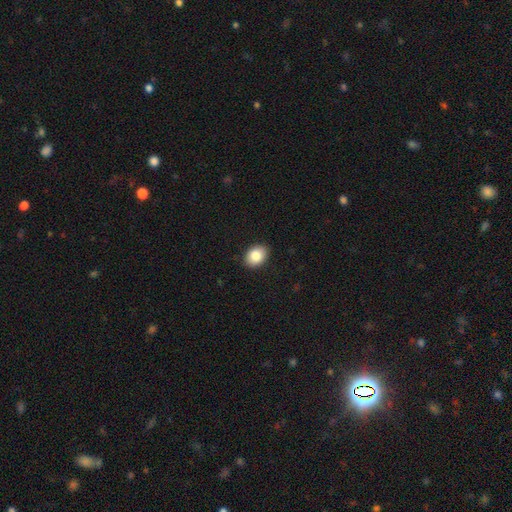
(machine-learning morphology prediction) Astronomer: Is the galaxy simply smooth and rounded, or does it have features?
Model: smooth — 85%.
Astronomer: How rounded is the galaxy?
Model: in between — 72%.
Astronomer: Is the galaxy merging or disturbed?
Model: none — 89%.